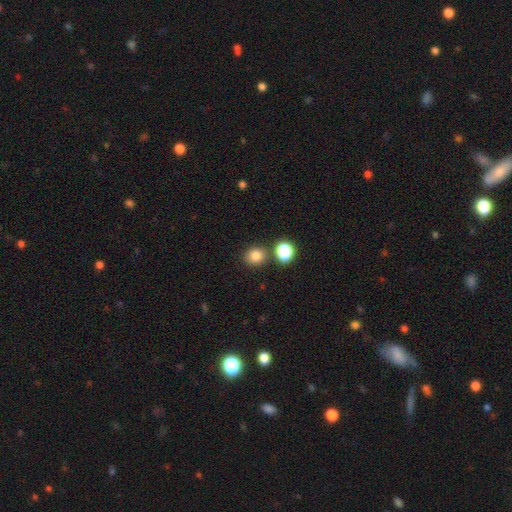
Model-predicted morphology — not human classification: Q: Smooth or featured?
A: smooth (82%); runner-up: star or artifact (13%)
Q: How rounded?
A: round (79%); runner-up: in between (20%)
Q: Merging?
A: none (80%); runner-up: merger (9%)